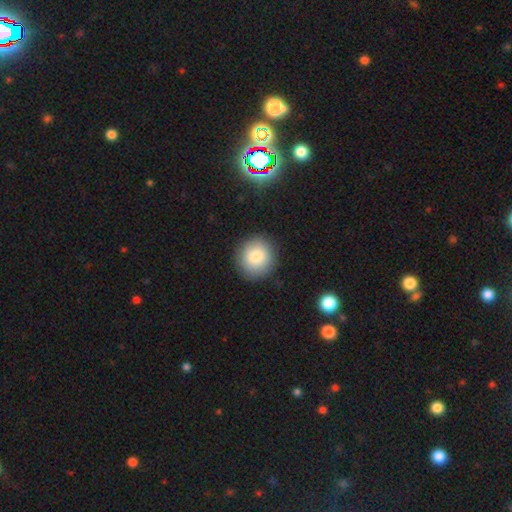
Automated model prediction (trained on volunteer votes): Smooth or featured: smooth — 83% (star or artifact — 8%)
How rounded: round — 89% (in between — 10%)
Merging: none — 89% (minor disturbance — 8%)